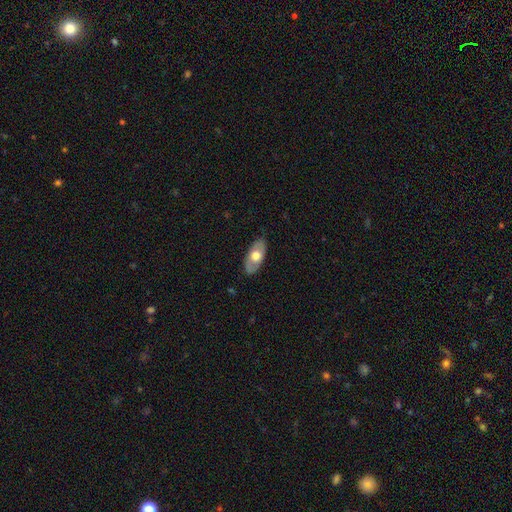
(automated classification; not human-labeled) The model was most divided on "smooth or featured": smooth: 55%, featured or disk: 39%, star or artifact: 5%. More confident: how rounded — in between (91%); merging — none (82%).